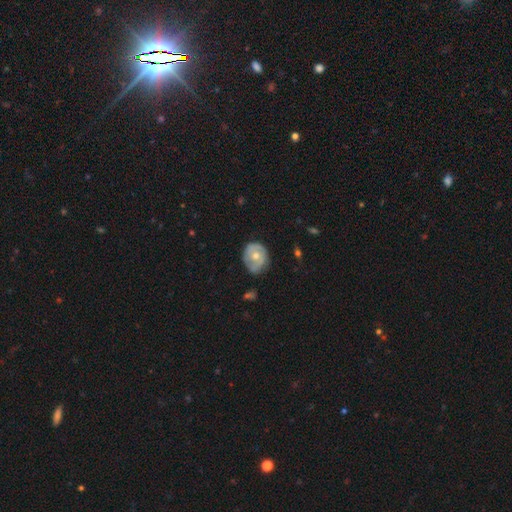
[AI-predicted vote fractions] Smooth or featured: featured or disk — 50% (smooth — 43%)
Edge-on disk: no — 96% (yes — 4%)
Merging: none — 61% (minor disturbance — 30%)